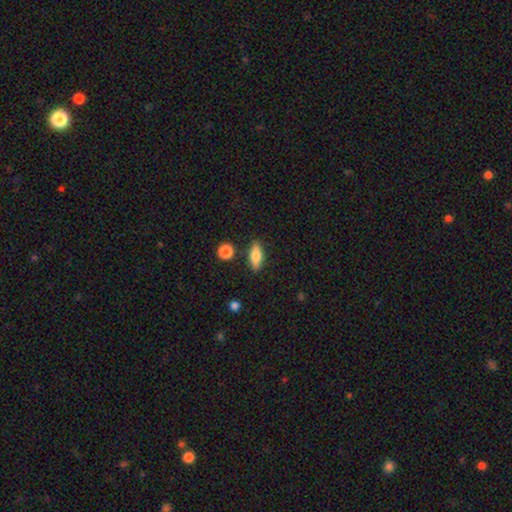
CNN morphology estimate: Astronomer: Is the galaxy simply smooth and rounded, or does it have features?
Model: smooth — 74%.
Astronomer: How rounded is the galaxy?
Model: in between — 72%.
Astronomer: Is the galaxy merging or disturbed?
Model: none — 84%.